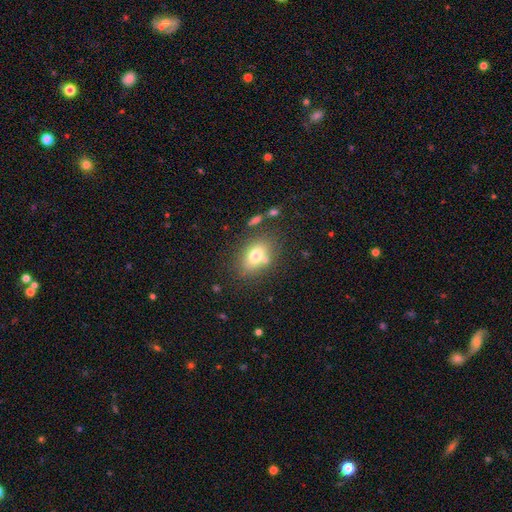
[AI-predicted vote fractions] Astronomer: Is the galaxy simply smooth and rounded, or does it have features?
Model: smooth — 75%.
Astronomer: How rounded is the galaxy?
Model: in between — 78%.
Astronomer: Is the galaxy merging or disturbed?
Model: none — 69%.